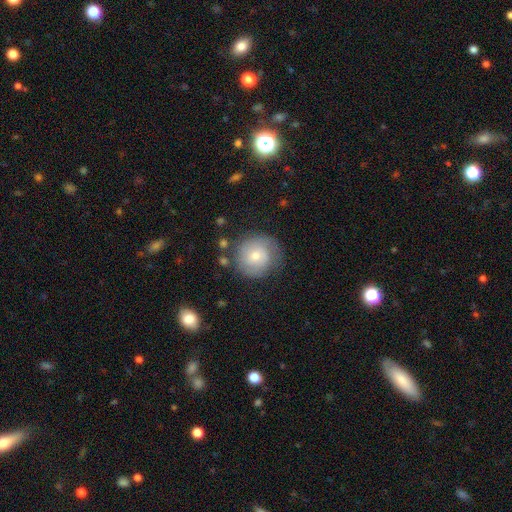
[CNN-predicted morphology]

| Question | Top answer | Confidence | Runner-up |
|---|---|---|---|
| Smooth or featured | smooth | 62% | featured or disk (30%) |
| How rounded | round | 93% | in between (6%) |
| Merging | none | 71% | minor disturbance (18%) |